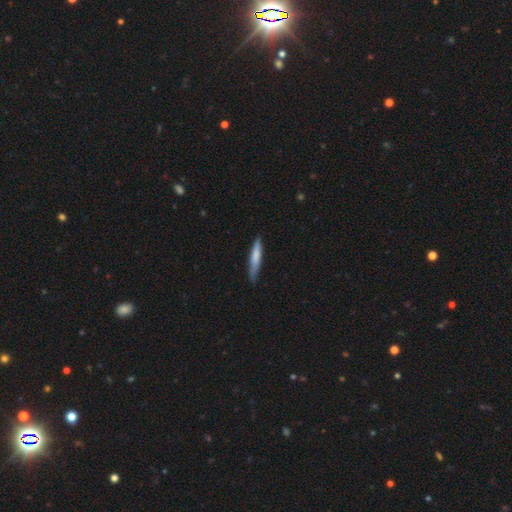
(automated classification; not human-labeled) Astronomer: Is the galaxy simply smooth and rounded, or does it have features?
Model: smooth — 70%.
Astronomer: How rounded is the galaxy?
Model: cigar-shaped — 91%.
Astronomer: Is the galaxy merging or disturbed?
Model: none — 78%.